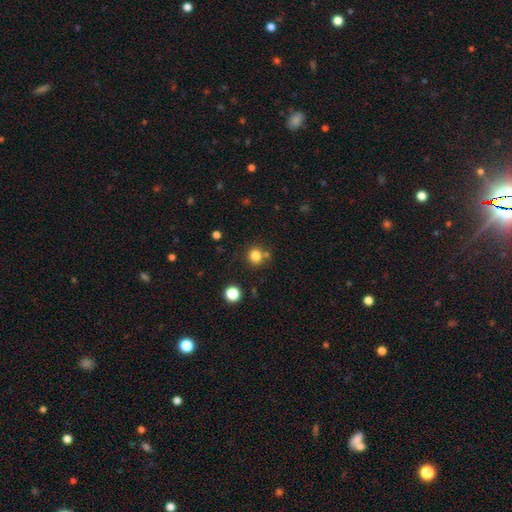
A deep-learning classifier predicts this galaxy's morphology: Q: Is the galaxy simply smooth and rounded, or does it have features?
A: smooth — 80%.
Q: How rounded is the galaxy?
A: round — 88%.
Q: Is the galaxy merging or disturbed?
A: none — 76%.